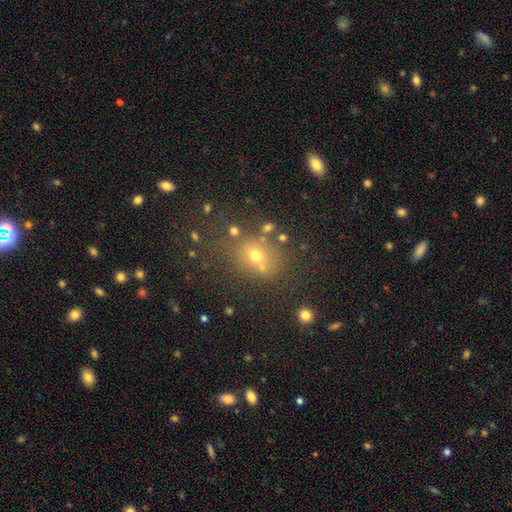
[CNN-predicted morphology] Smooth or featured? Predicted: smooth (p=0.62). How rounded? Predicted: round (p=0.56). Merging? Predicted: none (p=0.61).